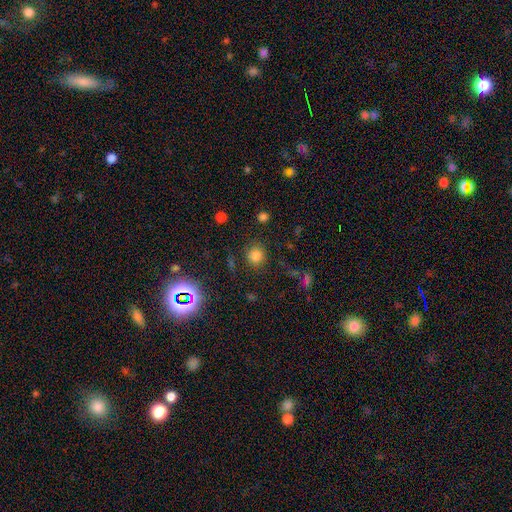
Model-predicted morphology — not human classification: The model was most divided on "smooth or featured": smooth: 77%, star or artifact: 17%, featured or disk: 6%. More confident: how rounded — round (88%); merging — none (85%).